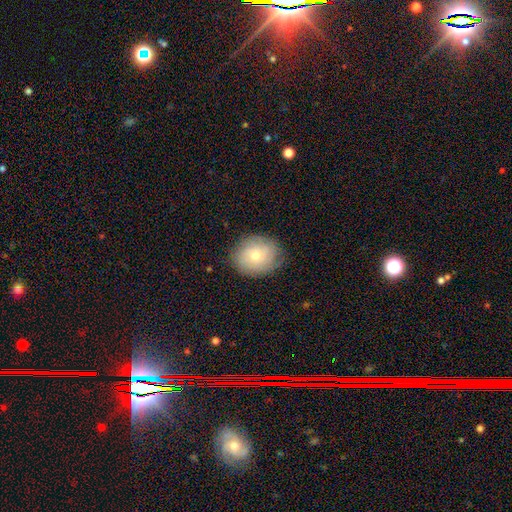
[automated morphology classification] A smooth galaxy with no disk features (63%) that is round (63%). Merging: none (78%).